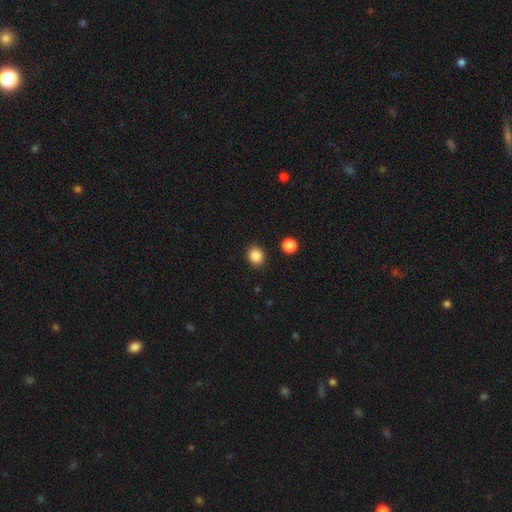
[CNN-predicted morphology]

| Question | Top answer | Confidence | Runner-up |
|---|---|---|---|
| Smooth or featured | smooth | 86% | star or artifact (10%) |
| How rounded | round | 70% | in between (29%) |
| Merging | none | 90% | minor disturbance (6%) |